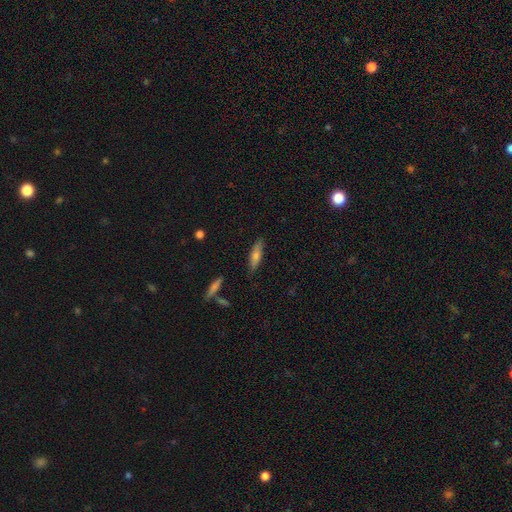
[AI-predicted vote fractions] A smooth galaxy with no disk features (63%) that is cigar-shaped (65%).

Vote fractions:
- Smooth or featured? smooth: 63% / featured or disk: 30% / star or artifact: 8%
- How rounded? cigar-shaped: 65% / in between: 33% / round: 2%
- Merging? none: 83% / minor disturbance: 12% / major disturbance: 2% / merger: 2%